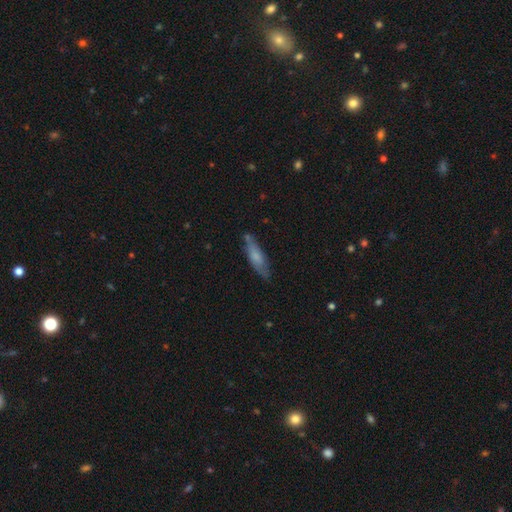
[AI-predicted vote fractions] This is possibly a smooth galaxy (58%). How rounded: likely cigar-shaped (62%). Merging: likely none (71%).